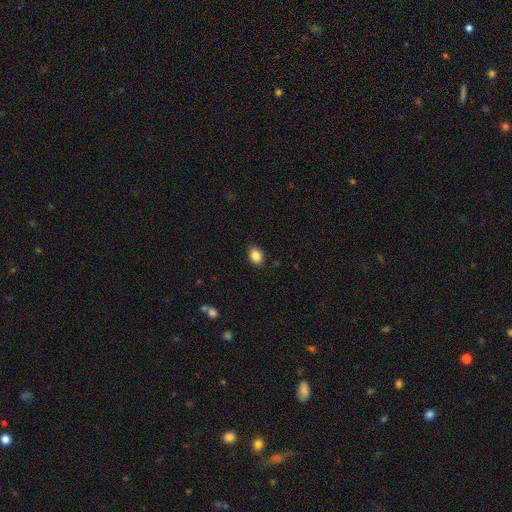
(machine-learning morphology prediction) Smooth or featured: smooth — 87% (star or artifact — 9%)
How rounded: in between — 72% (round — 27%)
Merging: none — 88% (minor disturbance — 9%)